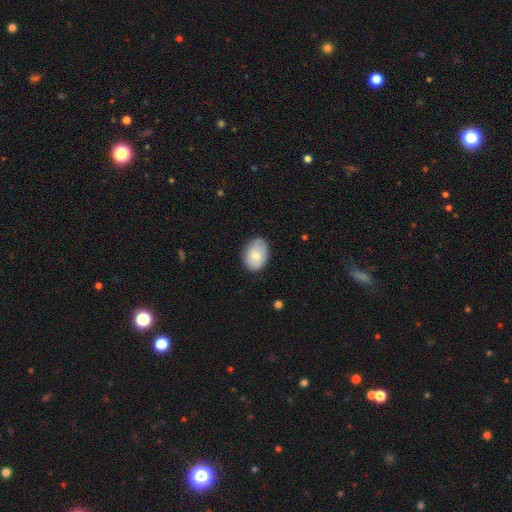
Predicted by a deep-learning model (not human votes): Smooth or featured: smooth — 74% (featured or disk — 20%)
How rounded: in between — 78% (round — 21%)
Merging: none — 80% (minor disturbance — 16%)